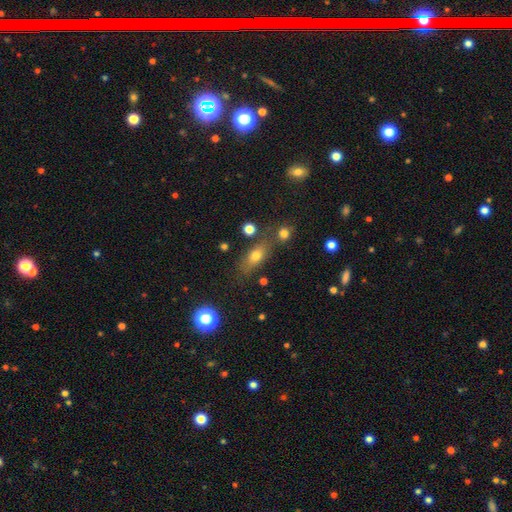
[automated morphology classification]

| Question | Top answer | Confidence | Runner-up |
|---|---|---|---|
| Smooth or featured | smooth | 67% | featured or disk (18%) |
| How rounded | in between | 68% | cigar-shaped (18%) |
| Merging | none | 69% | minor disturbance (14%) |